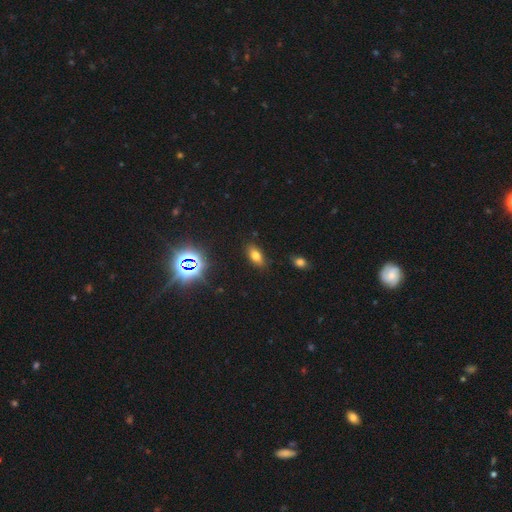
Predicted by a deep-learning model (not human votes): A smooth galaxy with no disk features (69%) that is in between round and cigar-shaped (86%). Merging: none (86%).